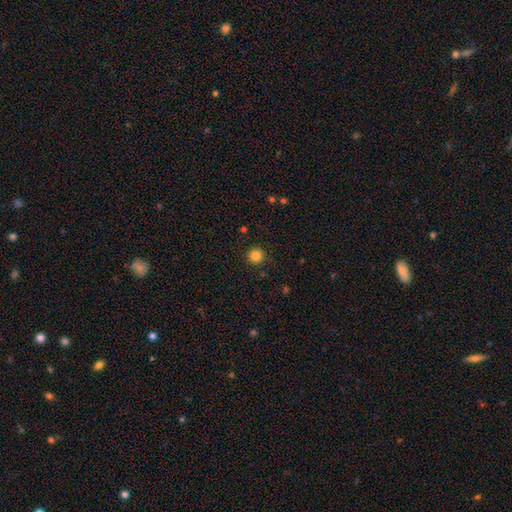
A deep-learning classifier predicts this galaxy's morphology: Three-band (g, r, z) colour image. It shows a smooth galaxy with no disk features (84%) that is round (95%). Merging: none (91%).